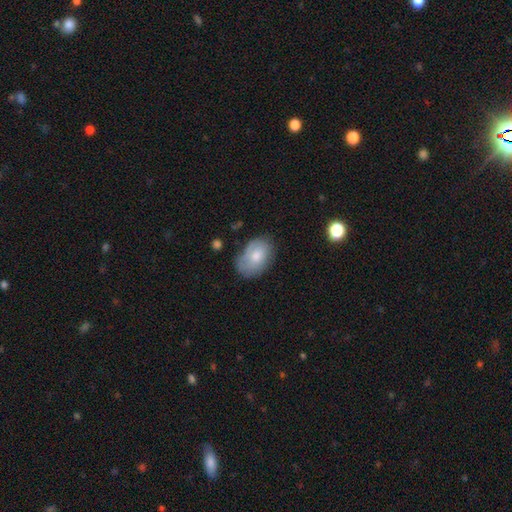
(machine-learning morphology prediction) A smooth galaxy with no disk features (70%) that is in between round and cigar-shaped (85%).

Vote fractions:
- Smooth or featured? smooth: 70% / featured or disk: 23% / star or artifact: 7%
- How rounded? in between: 85% / round: 14% / cigar-shaped: 1%
- Merging? none: 62% / minor disturbance: 28% / major disturbance: 8% / merger: 2%